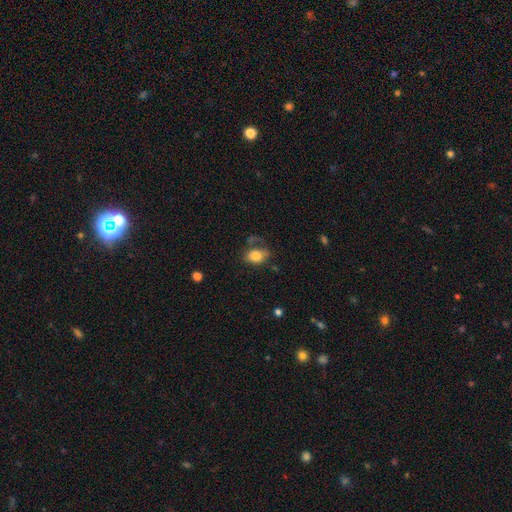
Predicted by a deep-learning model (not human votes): Q: Smooth or featured?
A: smooth (79%); runner-up: featured or disk (12%)
Q: How rounded?
A: in between (74%); runner-up: round (25%)
Q: Merging?
A: none (49%); runner-up: minor disturbance (26%)